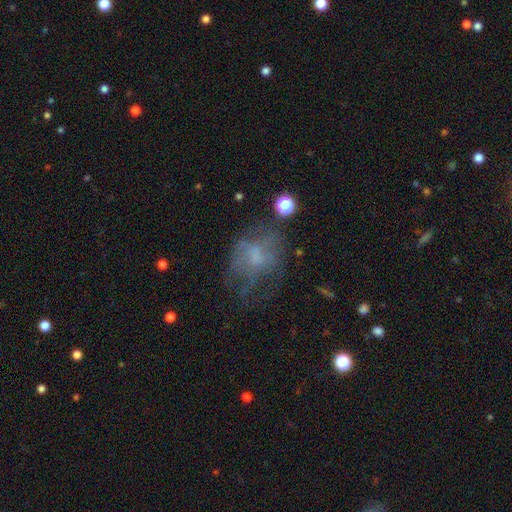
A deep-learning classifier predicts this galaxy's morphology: Smooth or featured? featured or disk (44%)
Merging? none (41%)